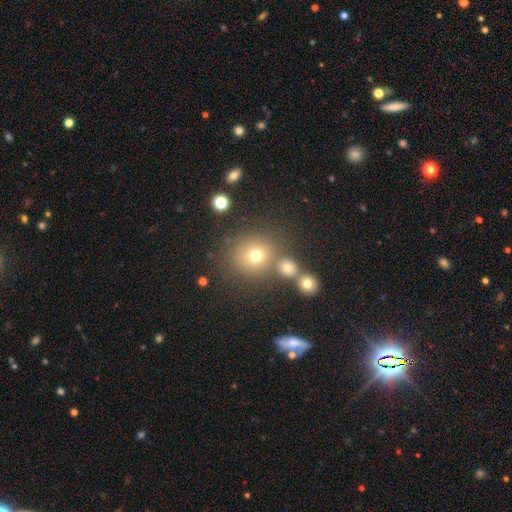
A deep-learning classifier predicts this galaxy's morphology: smooth-or-featured: smooth: 70% | star or artifact: 19% | featured or disk: 11%
  how-rounded: round: 87% | in between: 12% | cigar-shaped: 1%
  merging: none: 68% | merger: 17% | minor disturbance: 10% | major disturbance: 5%